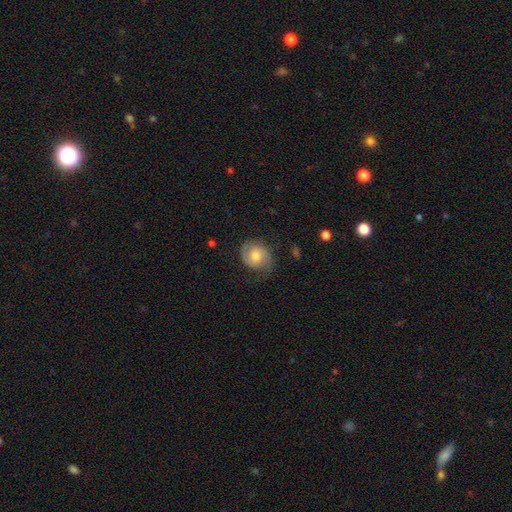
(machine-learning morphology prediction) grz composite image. It shows a featured or disk galaxy (58%) with no bar (68%), 2 (80%) medium (42%) spiral arms (89%) and a moderate central bulge (63%). Merging: none (69%).